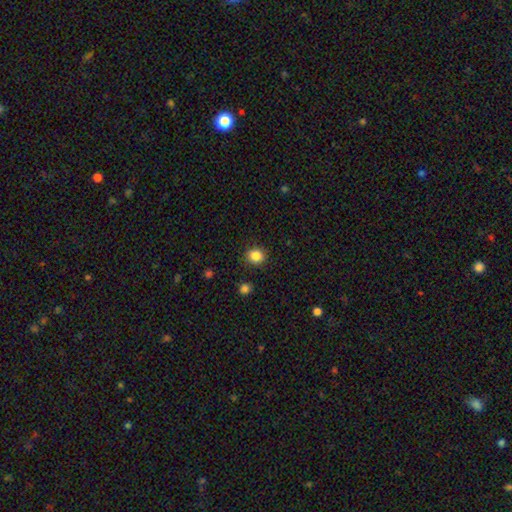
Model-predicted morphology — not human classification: Q: Smooth or featured?
A: smooth (86%); runner-up: star or artifact (10%)
Q: How rounded?
A: round (77%); runner-up: in between (22%)
Q: Merging?
A: none (89%); runner-up: minor disturbance (8%)